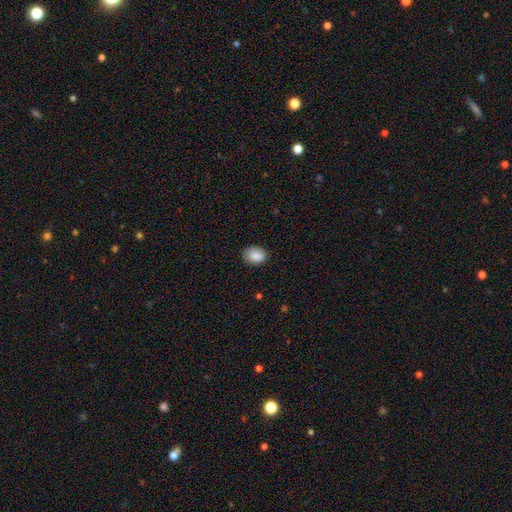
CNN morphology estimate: smooth_or_featured: smooth (p=0.88) [alt: star or artifact p=0.08]
how_rounded: in between (p=0.71) [alt: round p=0.28]
merging: none (p=0.78) [alt: minor disturbance p=0.18]